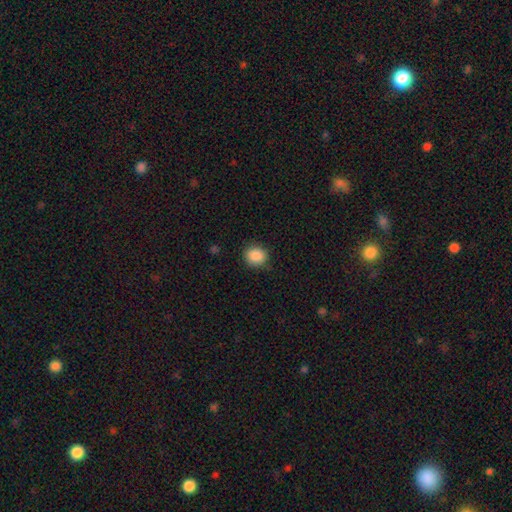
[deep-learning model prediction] A smooth galaxy with no disk features (88%) that is round (79%).

Vote fractions:
- Smooth or featured? smooth: 88% / star or artifact: 9% / featured or disk: 3%
- How rounded? round: 79% / in between: 20% / cigar-shaped: 1%
- Merging? none: 86% / minor disturbance: 11% / major disturbance: 3% / merger: 1%